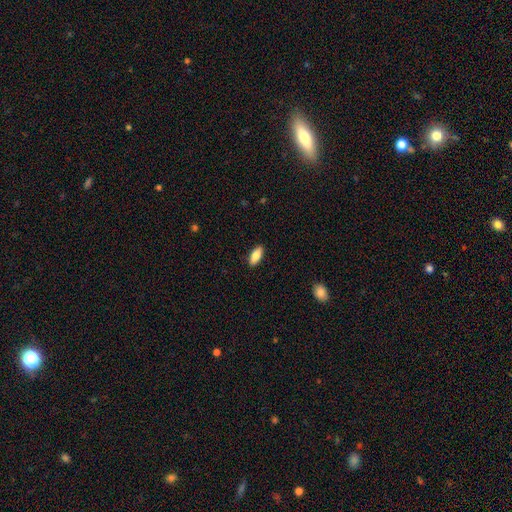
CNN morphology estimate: A smooth galaxy with no disk features (82%) that is in between round and cigar-shaped (79%).

Vote fractions:
- Smooth or featured? smooth: 82% / featured or disk: 12% / star or artifact: 6%
- How rounded? in between: 79% / cigar-shaped: 19% / round: 2%
- Merging? none: 90% / minor disturbance: 8% / major disturbance: 2% / merger: 1%